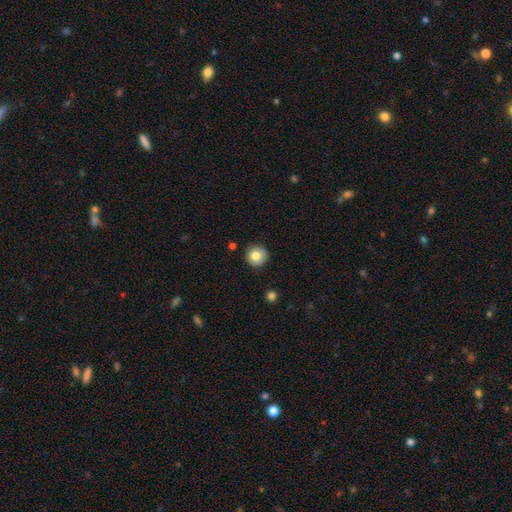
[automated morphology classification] Overall: smooth (81%). How rounded: round (95%). Merging: none (90%).